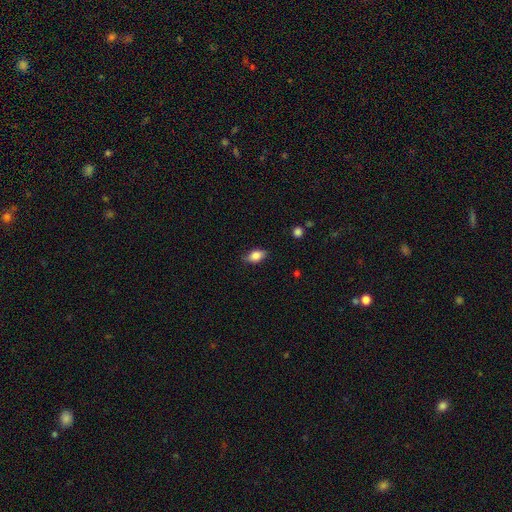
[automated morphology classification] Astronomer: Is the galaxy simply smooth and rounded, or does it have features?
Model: smooth — 80%.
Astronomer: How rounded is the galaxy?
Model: in between — 85%.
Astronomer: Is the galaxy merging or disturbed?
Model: none — 78%.